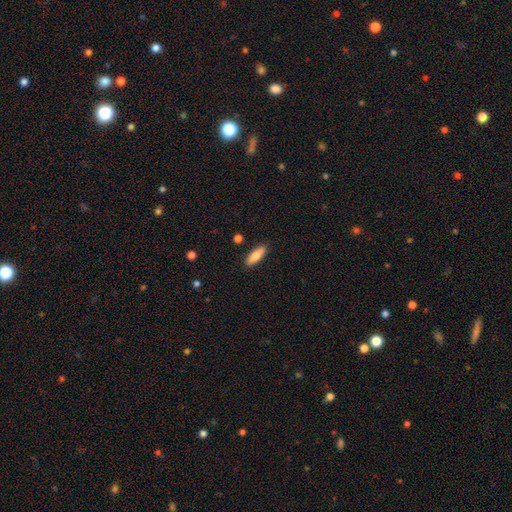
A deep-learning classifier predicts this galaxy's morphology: Smooth or featured? Predicted: smooth (p=0.75). How rounded? Predicted: in between (p=0.50). Merging? Predicted: none (p=0.89).